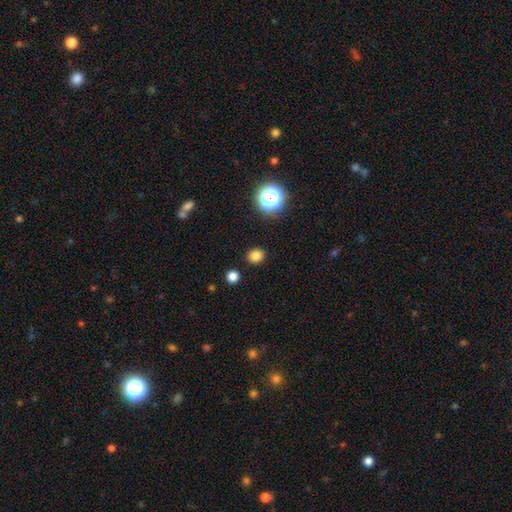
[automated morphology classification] type=smooth (80%); roundness=round (78%); merging=none (89%).